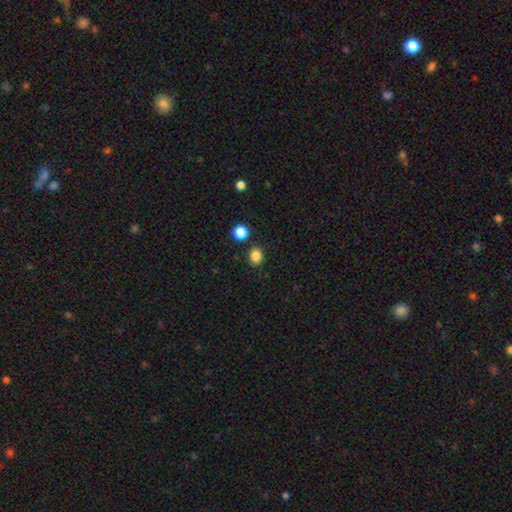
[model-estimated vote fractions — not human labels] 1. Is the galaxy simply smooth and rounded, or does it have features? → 85% smooth, 11% star or artifact, 4% featured or disk.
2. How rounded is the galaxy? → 63% round, 36% in between, 1% cigar-shaped.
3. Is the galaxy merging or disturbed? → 85% none, 8% minor disturbance, 5% merger, 2% major disturbance.